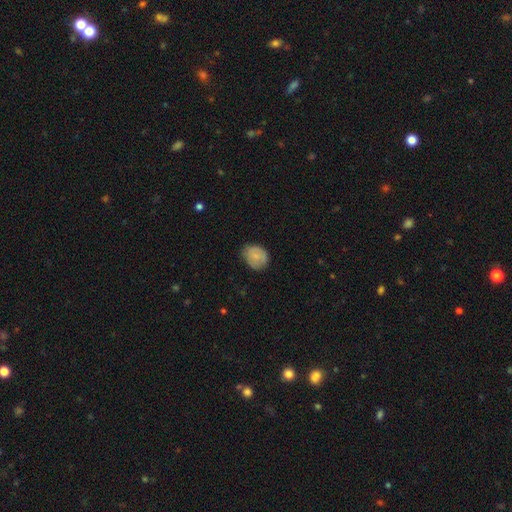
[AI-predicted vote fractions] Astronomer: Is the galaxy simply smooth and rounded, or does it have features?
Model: smooth — 76%.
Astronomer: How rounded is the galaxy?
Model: round — 53% (runner-up: in between, 46%).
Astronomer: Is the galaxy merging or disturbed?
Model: none — 67%.